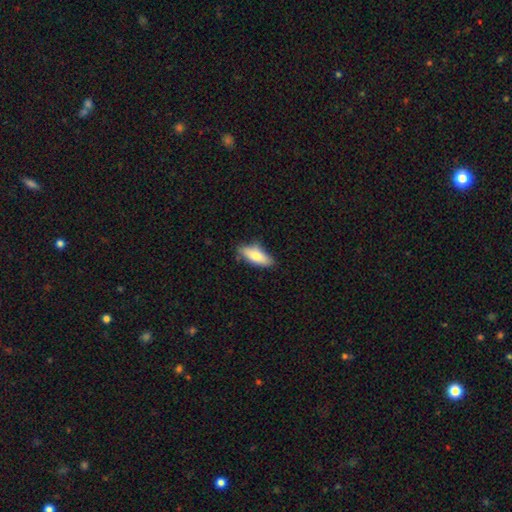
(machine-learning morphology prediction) Smooth or featured: smooth — 72% (featured or disk — 22%)
How rounded: in between — 74% (cigar-shaped — 23%)
Merging: none — 75% (minor disturbance — 19%)